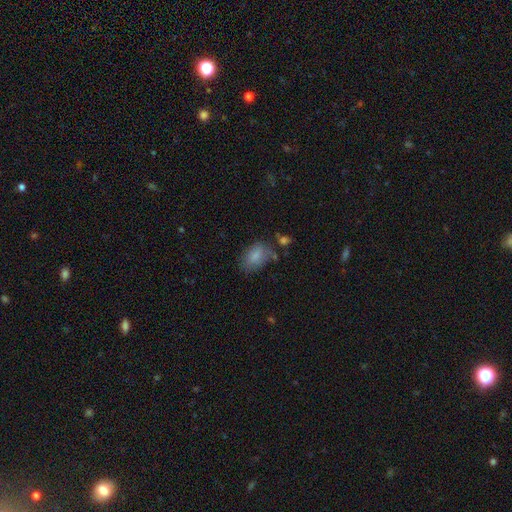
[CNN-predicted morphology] A smooth galaxy with no disk features (84%) that is in between round and cigar-shaped (89%). Merging: none (63%).